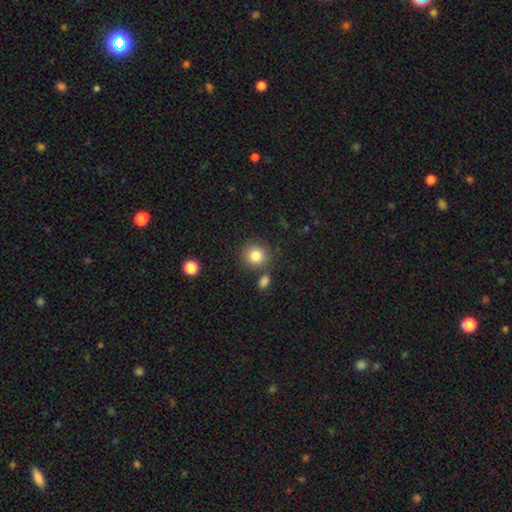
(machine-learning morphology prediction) smooth-or-featured: smooth: 84% | star or artifact: 10% | featured or disk: 6%
  how-rounded: round: 87% | in between: 12% | cigar-shaped: 1%
  merging: none: 76% | merger: 11% | minor disturbance: 10% | major disturbance: 3%